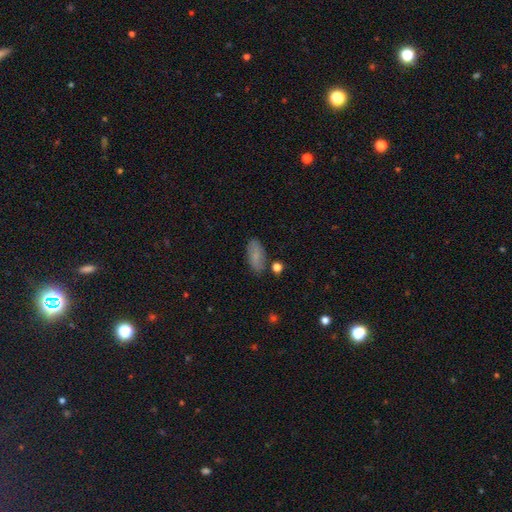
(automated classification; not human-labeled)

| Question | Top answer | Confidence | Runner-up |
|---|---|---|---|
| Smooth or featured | smooth | 81% | featured or disk (11%) |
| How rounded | in between | 88% | cigar-shaped (9%) |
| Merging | none | 79% | minor disturbance (14%) |